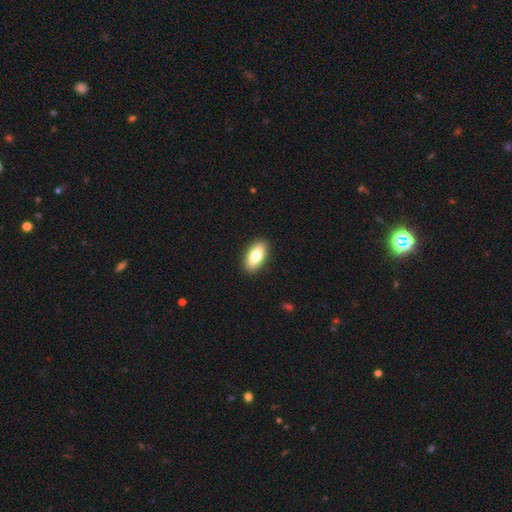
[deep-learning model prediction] Smooth or featured? Predicted: smooth (p=0.77). How rounded? Predicted: in between (p=0.89). Merging? Predicted: none (p=0.91).